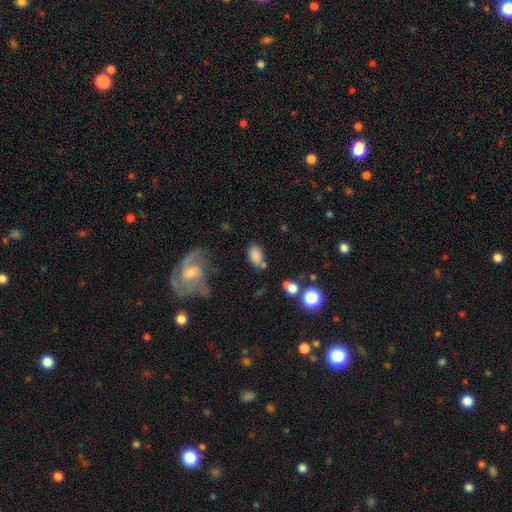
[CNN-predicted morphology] The model was most divided on "merging": none: 57%, minor disturbance: 21%, merger: 13%, major disturbance: 9%. More confident: how rounded — in between (87%); smooth or featured — smooth (77%).